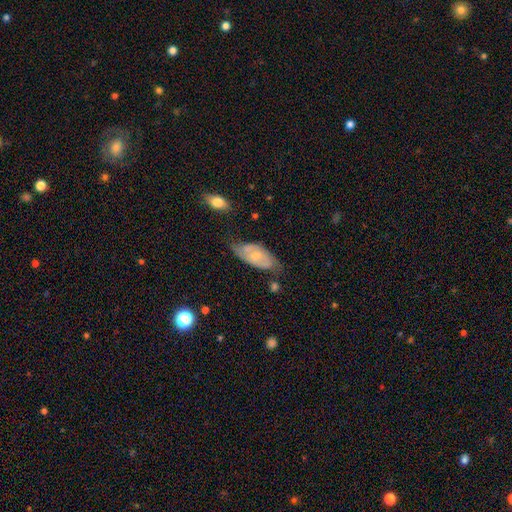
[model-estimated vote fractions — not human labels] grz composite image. It shows a featured or disk galaxy (52%). Merging: none (58%).